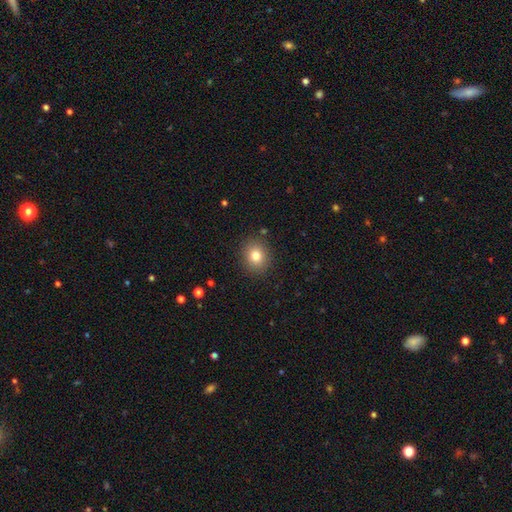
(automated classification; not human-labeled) A smooth galaxy with no disk features (80%) that is round (70%).

Vote fractions:
- Smooth or featured? smooth: 80% / star or artifact: 11% / featured or disk: 9%
- How rounded? round: 70% / in between: 29% / cigar-shaped: 1%
- Merging? none: 88% / minor disturbance: 8% / major disturbance: 2% / merger: 1%